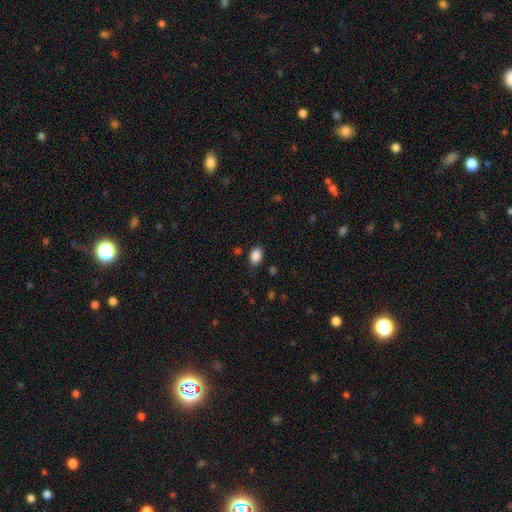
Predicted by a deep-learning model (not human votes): This is clearly a smooth galaxy (88%). How rounded: clearly in between (85%). Merging: clearly none (84%).